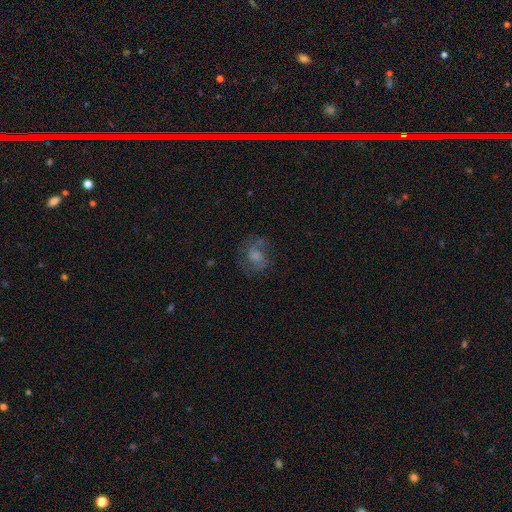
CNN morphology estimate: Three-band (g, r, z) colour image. It shows a featured or disk galaxy (51%) with no bar (61%), spiral arms (80%) and a moderate central bulge (31%). Merging: none (61%).